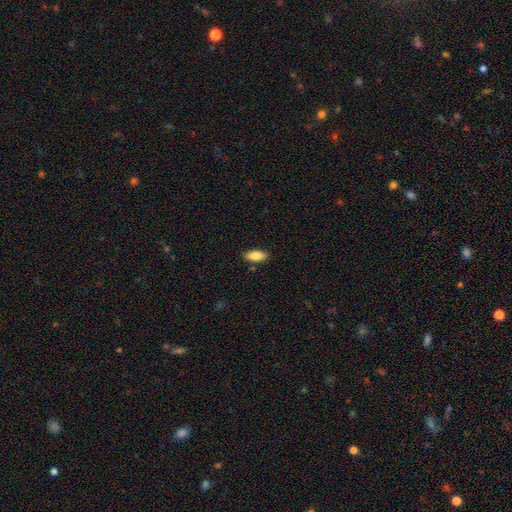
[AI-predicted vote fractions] Smooth or featured? smooth (87%)
How rounded? in between (83%)
Merging? none (87%)